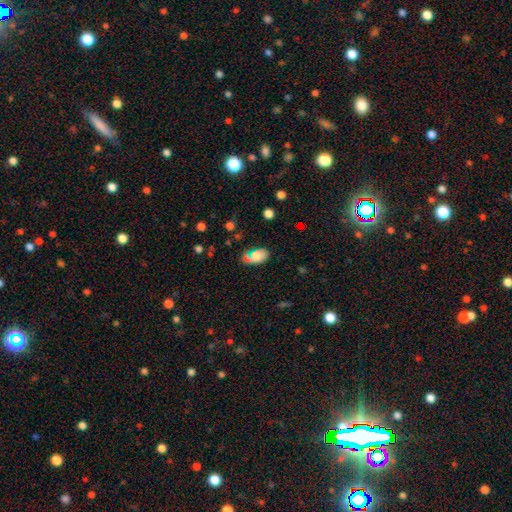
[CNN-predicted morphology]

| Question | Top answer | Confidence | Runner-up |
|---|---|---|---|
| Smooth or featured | smooth | 70% | featured or disk (20%) |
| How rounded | in between | 88% | round (10%) |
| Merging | none | 49% | minor disturbance (22%) |